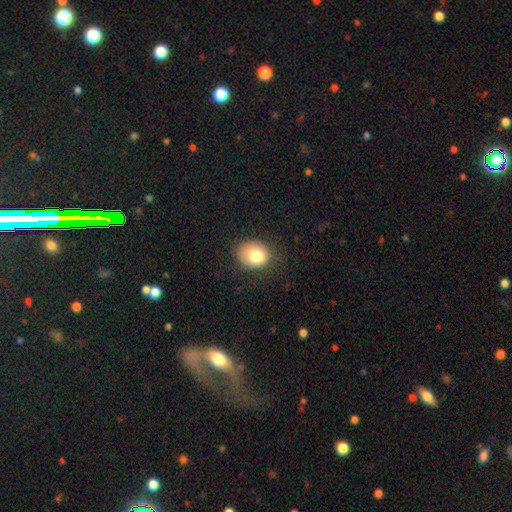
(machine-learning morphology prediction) The model was most divided on "how rounded": round: 57%, in between: 42%, cigar-shaped: 1%. More confident: smooth or featured — smooth (78%); merging — none (75%).